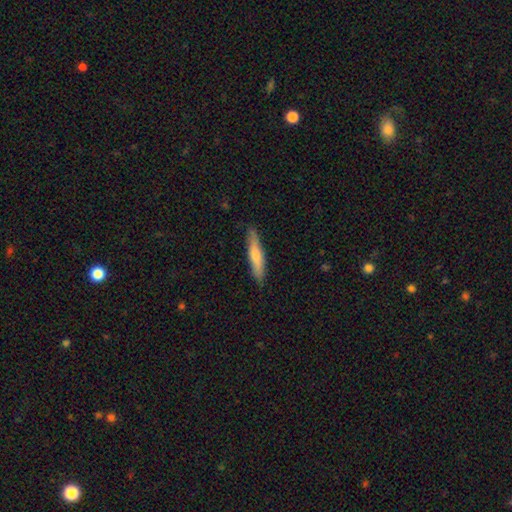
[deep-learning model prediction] Smooth or featured: smooth — 65% (featured or disk — 30%)
How rounded: cigar-shaped — 85% (in between — 13%)
Merging: none — 87% (minor disturbance — 10%)